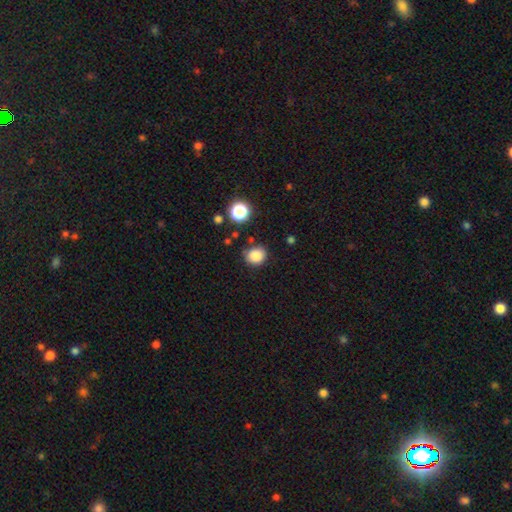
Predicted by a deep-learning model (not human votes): Smooth or featured? smooth (84%)
How rounded? round (77%)
Merging? none (79%)